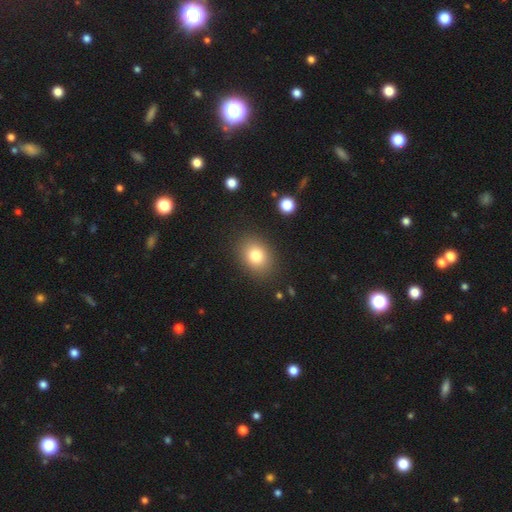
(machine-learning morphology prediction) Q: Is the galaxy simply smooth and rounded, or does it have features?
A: smooth — 80%.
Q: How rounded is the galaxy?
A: in between — 55%.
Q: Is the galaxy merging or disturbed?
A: none — 87%.